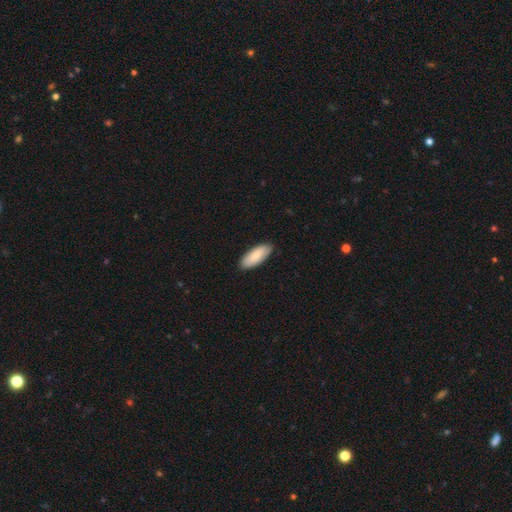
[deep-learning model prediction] A smooth galaxy with no disk features (82%) that is in between round and cigar-shaped (80%).

Vote fractions:
- Smooth or featured? smooth: 82% / featured or disk: 13% / star or artifact: 5%
- How rounded? in between: 80% / cigar-shaped: 18% / round: 2%
- Merging? none: 88% / minor disturbance: 9% / major disturbance: 2% / merger: 1%